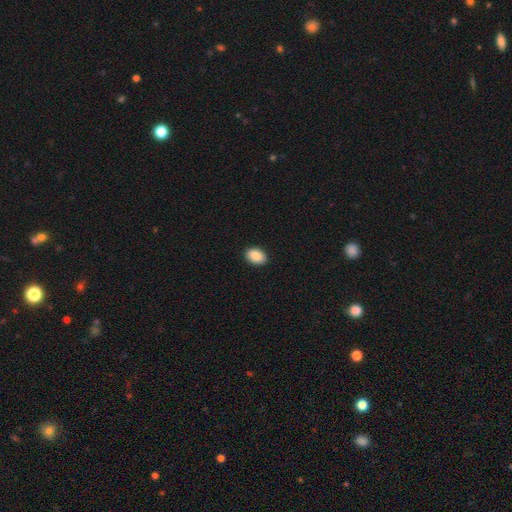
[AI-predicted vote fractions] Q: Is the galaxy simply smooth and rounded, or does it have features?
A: smooth — 89%.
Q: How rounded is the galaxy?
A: in between — 86%.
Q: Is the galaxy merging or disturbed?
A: none — 89%.